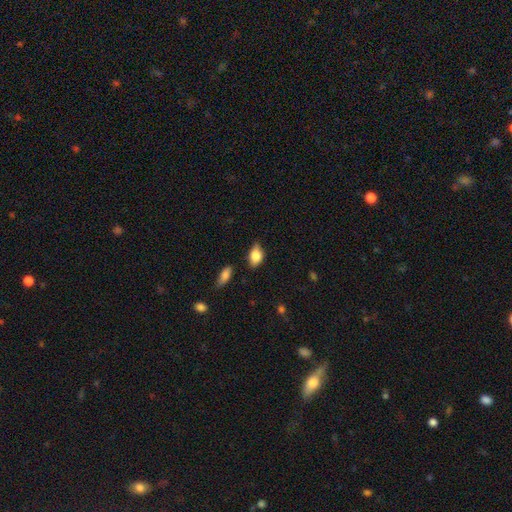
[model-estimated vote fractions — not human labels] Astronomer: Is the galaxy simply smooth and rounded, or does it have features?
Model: smooth — 77%.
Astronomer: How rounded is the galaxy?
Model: in between — 83%.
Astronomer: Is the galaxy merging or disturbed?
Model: none — 60%.